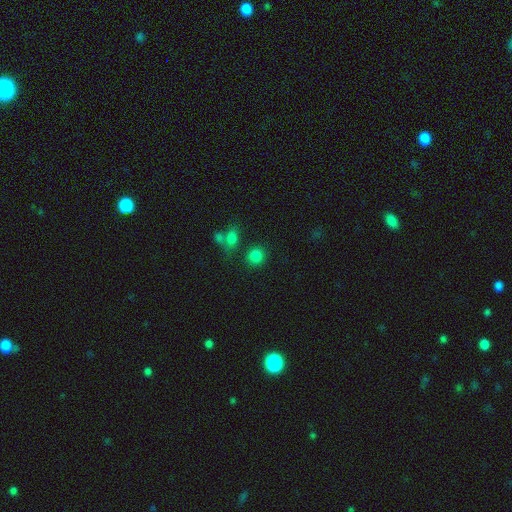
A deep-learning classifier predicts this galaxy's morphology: The model was most divided on "merging": none: 75%, merger: 11%, minor disturbance: 10%, major disturbance: 4%. More confident: how rounded — round (82%); smooth or featured — smooth (82%).